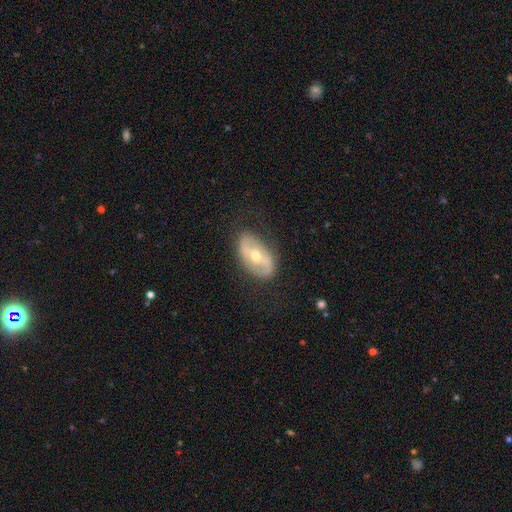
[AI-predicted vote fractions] smooth_or_featured: featured or disk (p=0.67) [alt: smooth p=0.27]
disk_edge_on: no (p=0.92) [alt: yes p=0.08]
bar: no (p=0.38) [alt: weak p=0.31]
has_spiral_arms: yes (p=0.55) [alt: no p=0.45]
bulge_size: moderate (p=0.58) [alt: small p=0.38]
merging: none (p=0.76) [alt: minor disturbance p=0.16]